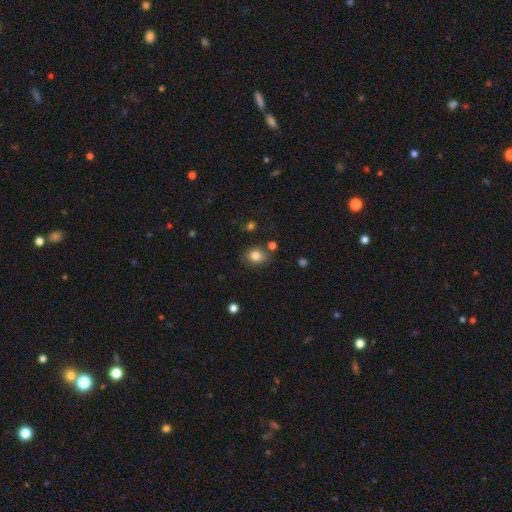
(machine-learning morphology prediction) Smooth or featured? Predicted: smooth (p=0.82). How rounded? Predicted: round (p=0.57). Merging? Predicted: none (p=0.78).